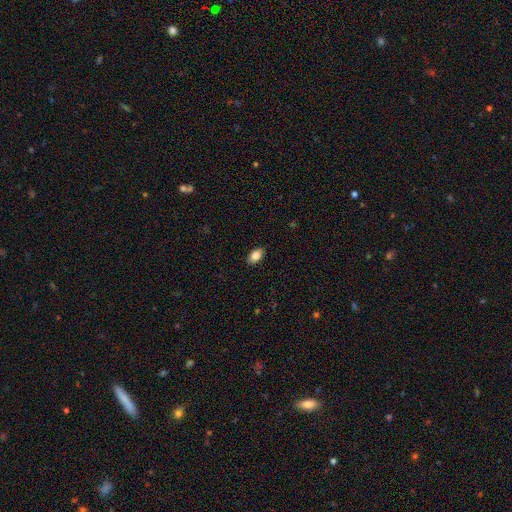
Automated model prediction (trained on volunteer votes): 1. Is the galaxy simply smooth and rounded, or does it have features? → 83% smooth, 9% featured or disk, 8% star or artifact.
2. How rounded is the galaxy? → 91% in between, 7% round, 2% cigar-shaped.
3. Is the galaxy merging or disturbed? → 88% none, 9% minor disturbance, 2% major disturbance, 1% merger.